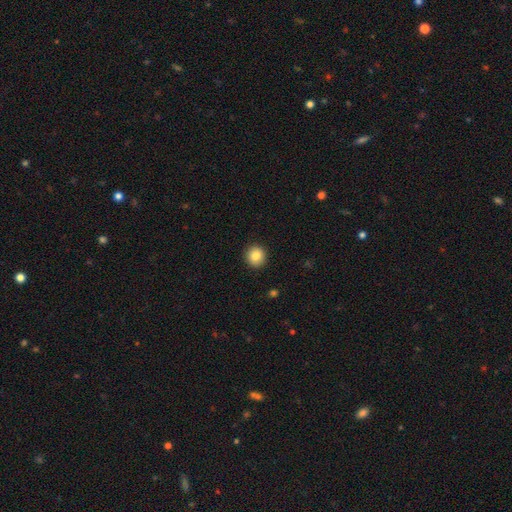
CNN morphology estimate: The model was most divided on "smooth or featured": smooth: 84%, star or artifact: 9%, featured or disk: 7%. More confident: how rounded — round (93%); merging — none (93%).